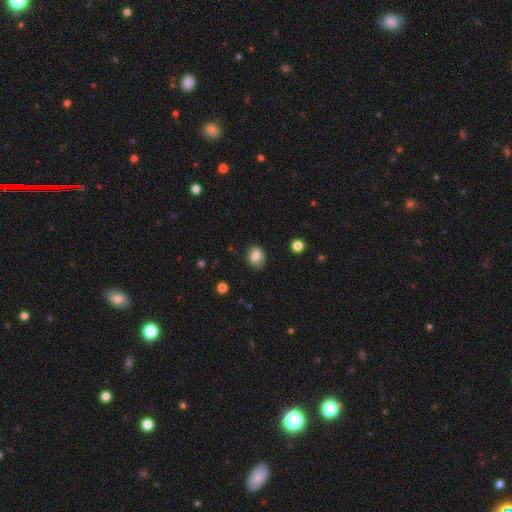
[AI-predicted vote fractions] smooth-or-featured: smooth: 80% | featured or disk: 11% | star or artifact: 9%
  how-rounded: in between: 57% | round: 42% | cigar-shaped: 1%
  merging: none: 78% | minor disturbance: 17% | major disturbance: 4% | merger: 1%